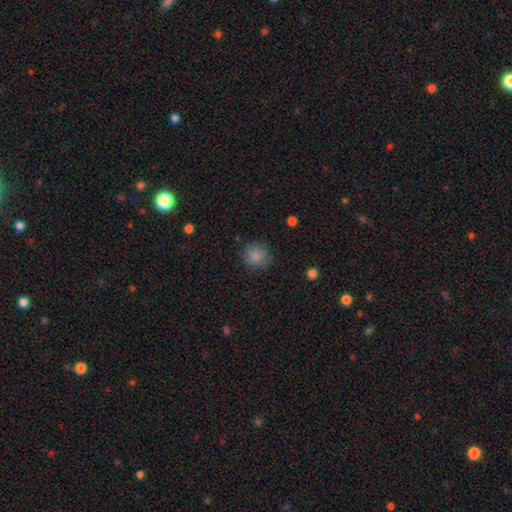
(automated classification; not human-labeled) Morphology: type=smooth (84%); roundness=round (87%); merging=none (79%).